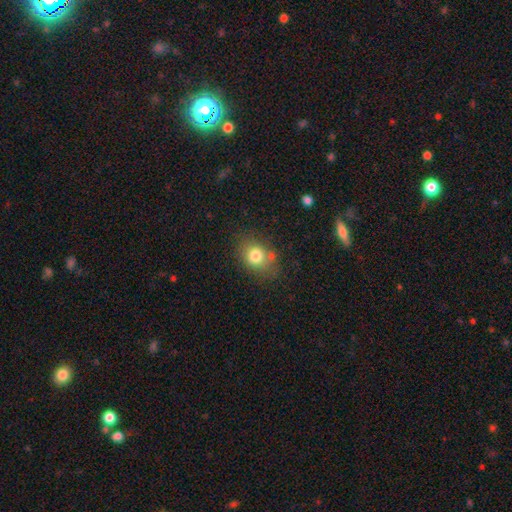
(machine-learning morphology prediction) A smooth galaxy with no disk features (78%) that is in between round and cigar-shaped (50%). Merging: none (68%).